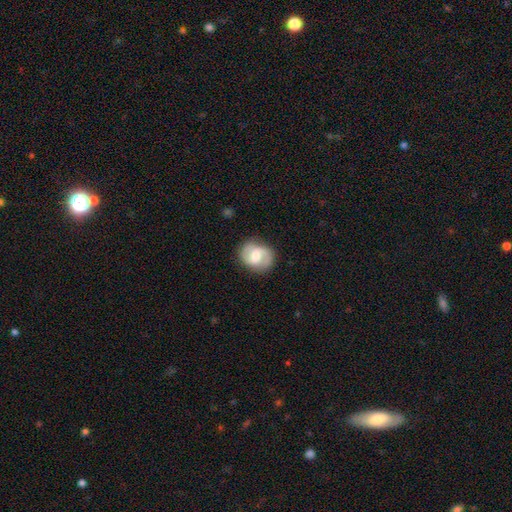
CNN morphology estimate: Smooth or featured: featured or disk — 64% (smooth — 30%)
Edge-on disk: no — 98% (yes — 2%)
Bar: weak — 54% (no — 25%)
Spiral arms: yes — 89% (no — 11%)
Spiral winding: medium — 49% (loose — 27%)
Spiral arm count: 2 — 83% (1 — 8%)
Bulge size: moderate — 55% (small — 23%)
Merging: none — 78% (minor disturbance — 15%)